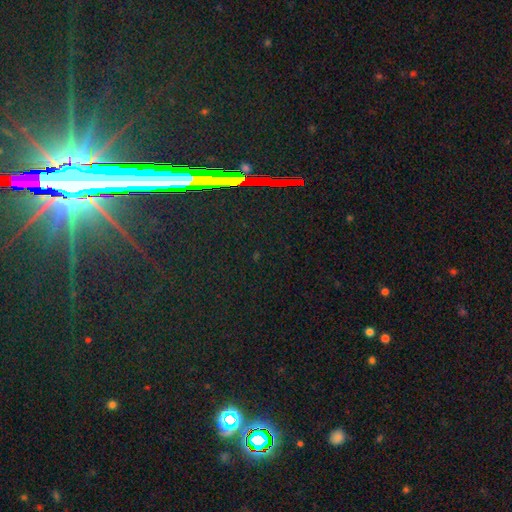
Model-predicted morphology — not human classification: smooth-or-featured: star or artifact: 78% | featured or disk: 13% | smooth: 9%